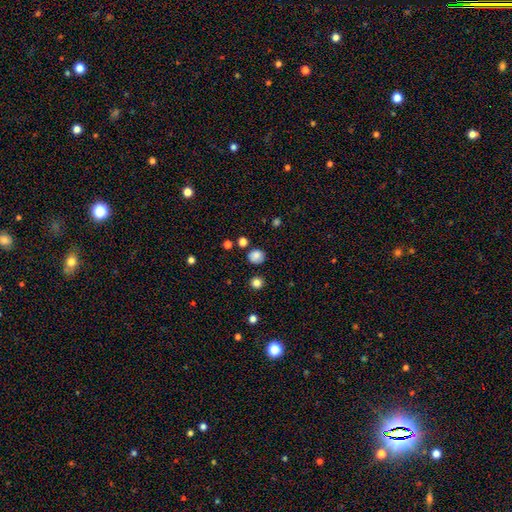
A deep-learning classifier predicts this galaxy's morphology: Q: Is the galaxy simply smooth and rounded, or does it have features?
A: smooth — 82%.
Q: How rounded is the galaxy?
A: round — 80%.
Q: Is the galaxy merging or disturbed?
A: none — 82%.